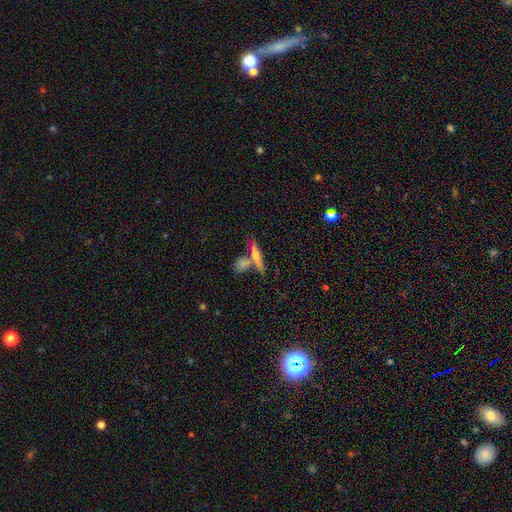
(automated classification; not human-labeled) Smooth or featured: smooth — 54% (featured or disk — 38%)
How rounded: cigar-shaped — 77% (in between — 18%)
Merging: none — 54% (merger — 31%)